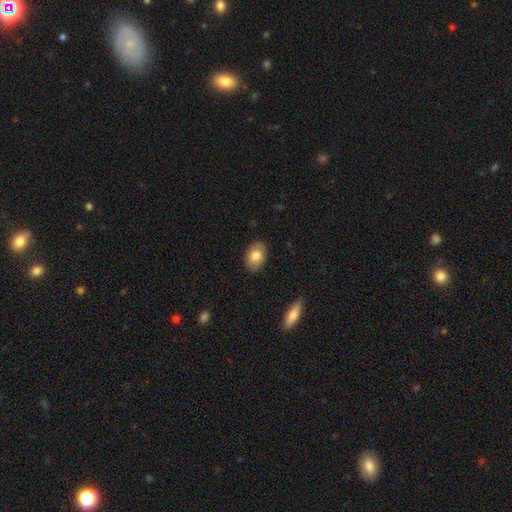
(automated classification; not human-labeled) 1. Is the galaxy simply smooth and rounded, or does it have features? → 82% smooth, 12% featured or disk, 7% star or artifact.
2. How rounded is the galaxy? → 86% in between, 12% round, 1% cigar-shaped.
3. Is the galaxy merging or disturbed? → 87% none, 10% minor disturbance, 2% major disturbance, 1% merger.